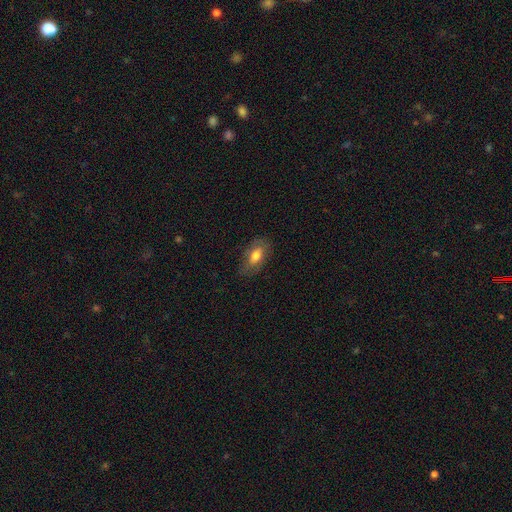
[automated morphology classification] Overall: smooth (67%). How rounded: in between (87%). Merging: none (76%).